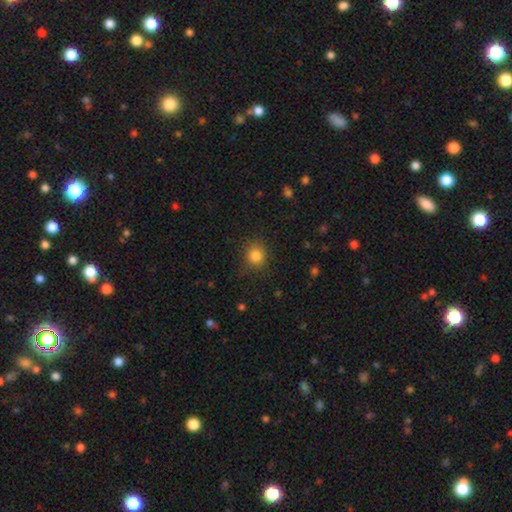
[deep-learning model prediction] This is clearly a smooth galaxy (83%). How rounded: clearly round (84%). Merging: clearly none (84%).